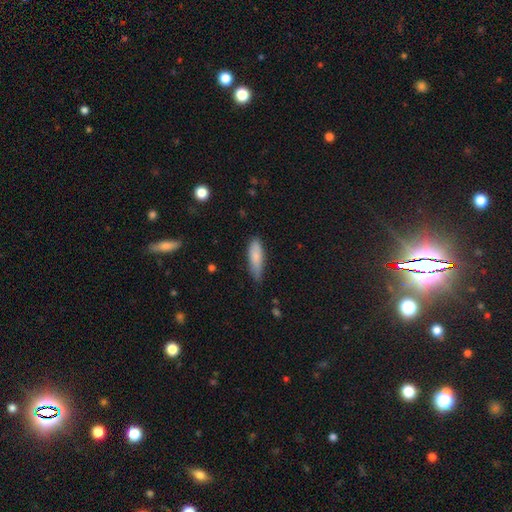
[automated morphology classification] Smooth or featured: smooth — 81% (featured or disk — 13%)
How rounded: cigar-shaped — 54% (in between — 44%)
Merging: none — 67% (minor disturbance — 27%)